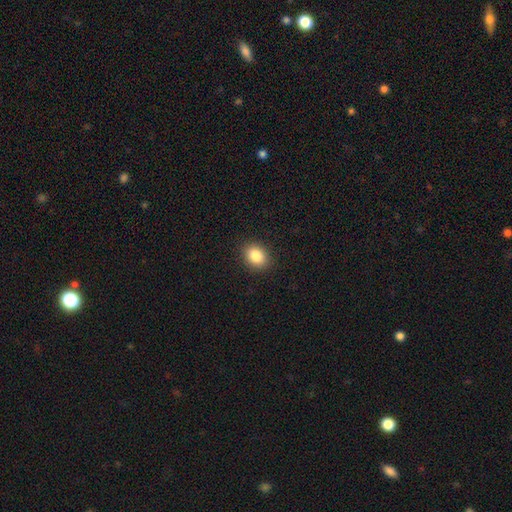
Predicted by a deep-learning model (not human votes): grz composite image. It shows a smooth galaxy with no disk features (85%) that is in between round and cigar-shaped (58%). Merging: none (90%).